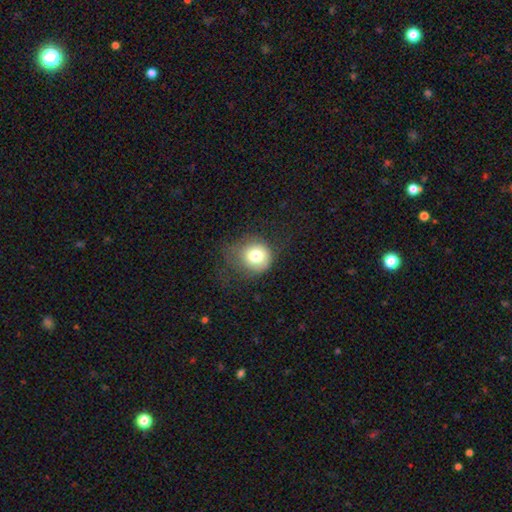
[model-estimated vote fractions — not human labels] Smooth or featured: smooth — 77% (featured or disk — 13%)
How rounded: round — 81% (in between — 18%)
Merging: none — 51% (minor disturbance — 28%)